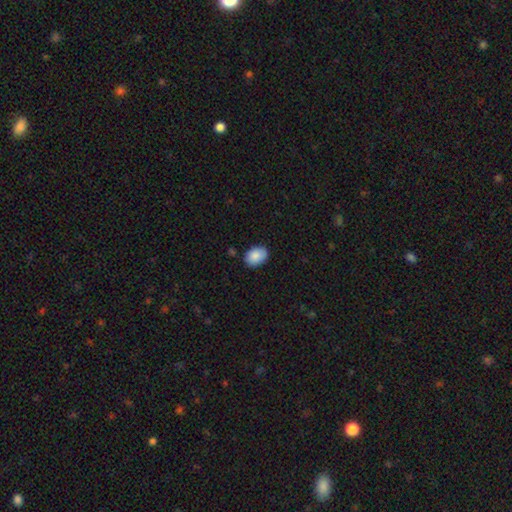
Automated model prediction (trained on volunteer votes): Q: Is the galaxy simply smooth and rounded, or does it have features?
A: smooth — 88%.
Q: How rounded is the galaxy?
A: in between — 81%.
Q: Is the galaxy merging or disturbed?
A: none — 84%.